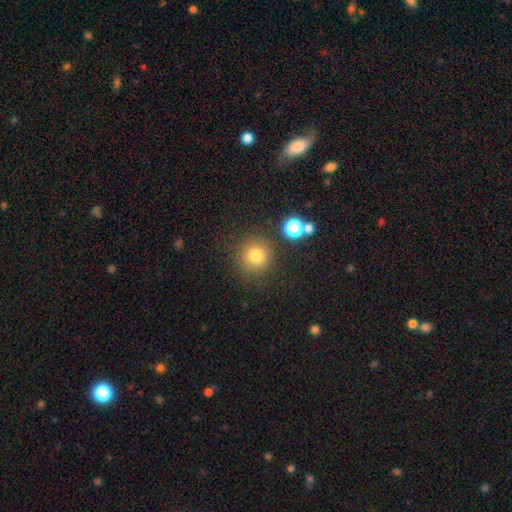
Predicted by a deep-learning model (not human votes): Morphology: type=smooth (77%); roundness=round (94%); merging=none (85%).